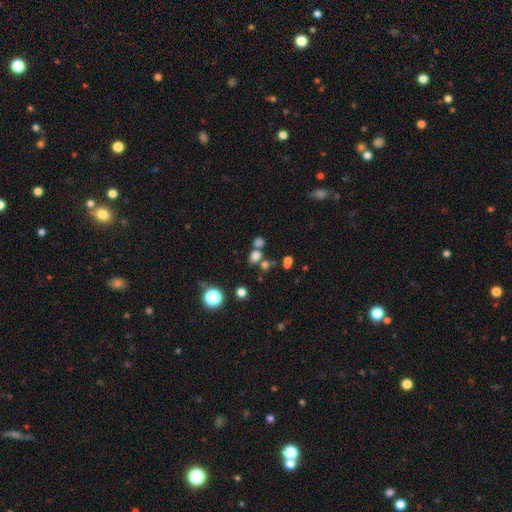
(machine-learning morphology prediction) This is likely a smooth galaxy (69%). How rounded: possibly round (49%, tied with in between). Merging: possibly none (54%).